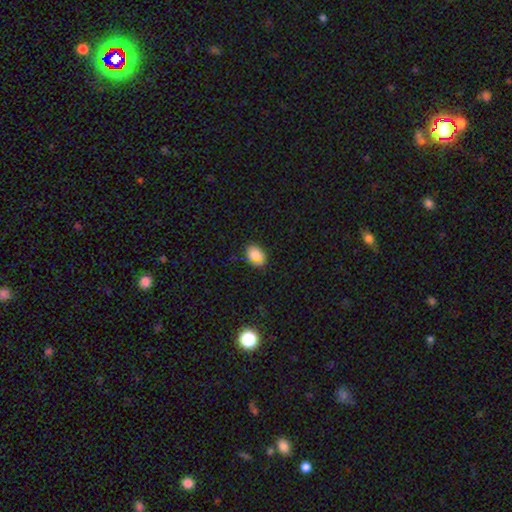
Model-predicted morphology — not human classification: A smooth galaxy with no disk features (80%) that is in between round and cigar-shaped (64%). Merging: none (74%).